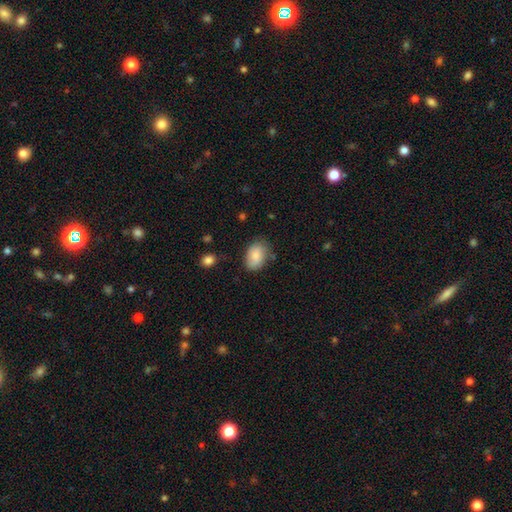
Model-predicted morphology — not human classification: The model was most divided on "merging": none: 73%, minor disturbance: 21%, major disturbance: 5%, merger: 2%. More confident: how rounded — in between (86%); smooth or featured — smooth (82%).